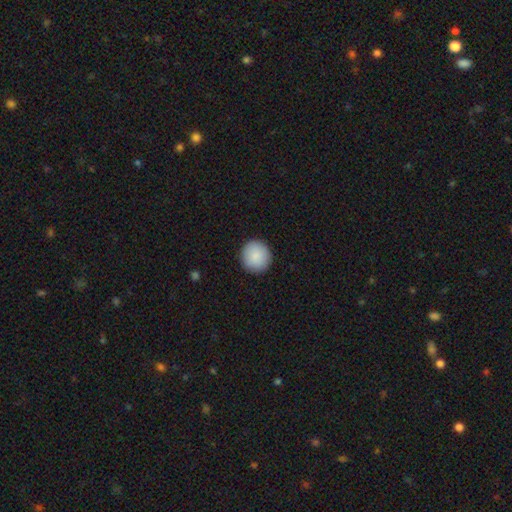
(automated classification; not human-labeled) smooth 89%, star or artifact 7%, featured or disk 4%. Down the decision tree: how rounded — round (94%); merging — none (92%).